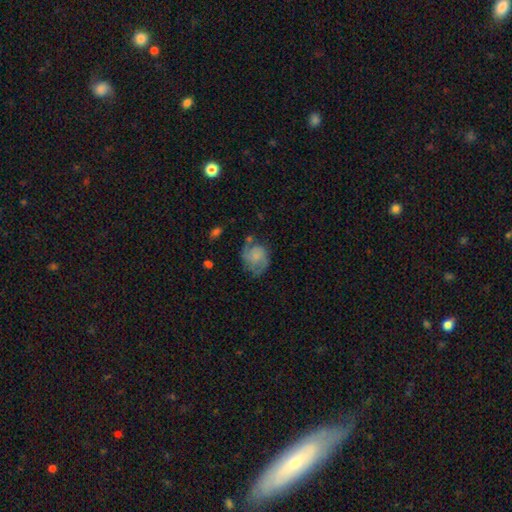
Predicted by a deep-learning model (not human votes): Smooth or featured: smooth — 48% (featured or disk — 43%)
Merging: none — 48% (minor disturbance — 29%)